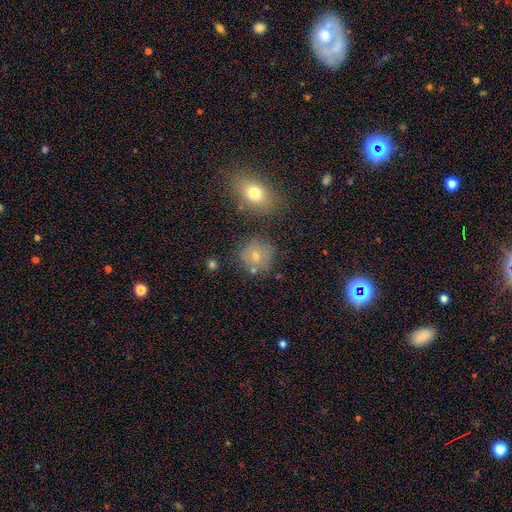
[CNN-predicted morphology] A smooth galaxy with no disk features (58%) that is round (86%). Merging: none (78%).